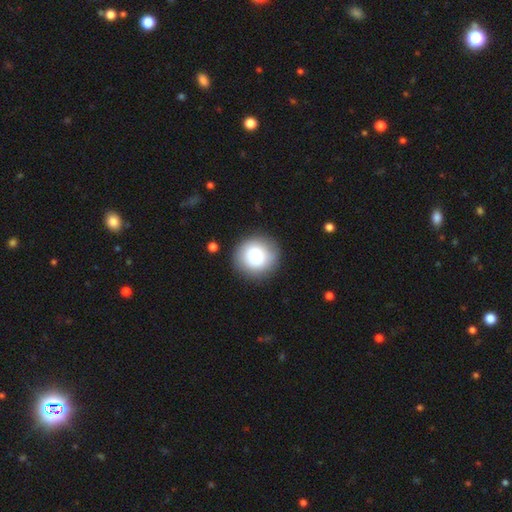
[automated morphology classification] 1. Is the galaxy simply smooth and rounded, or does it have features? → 76% smooth, 16% featured or disk, 9% star or artifact.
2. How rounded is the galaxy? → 91% round, 8% in between, 1% cigar-shaped.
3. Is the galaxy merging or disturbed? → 86% none, 9% minor disturbance, 3% major disturbance, 2% merger.